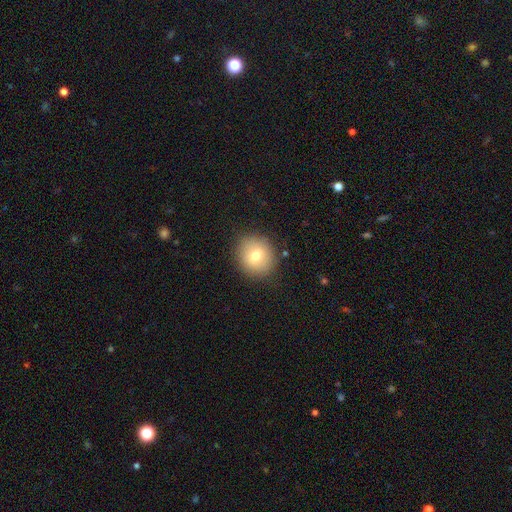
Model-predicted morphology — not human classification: Smooth or featured? Predicted: smooth (p=0.75). How rounded? Predicted: round (p=0.81). Merging? Predicted: none (p=0.87).